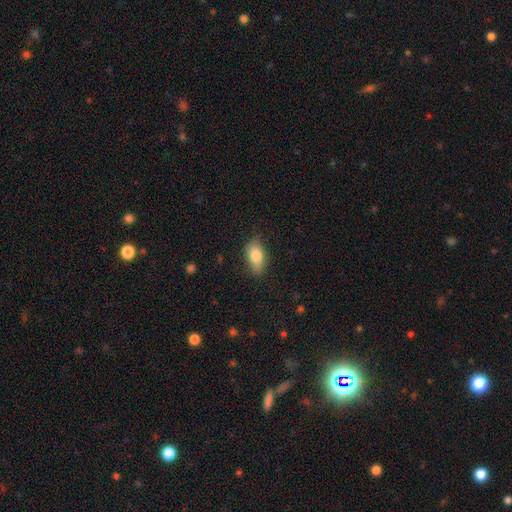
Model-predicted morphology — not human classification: This appears to be a smooth galaxy with no disk features (80%) that is in between round and cigar-shaped (88%). Merging: none (79%).